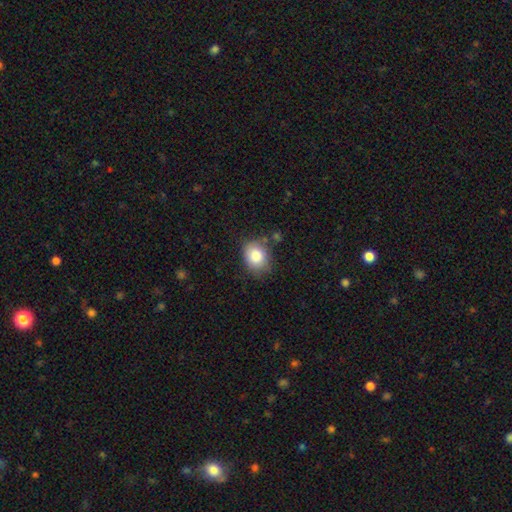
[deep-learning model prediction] Morphology: type=smooth (85%); roundness=round (50%); merging=none (69%).